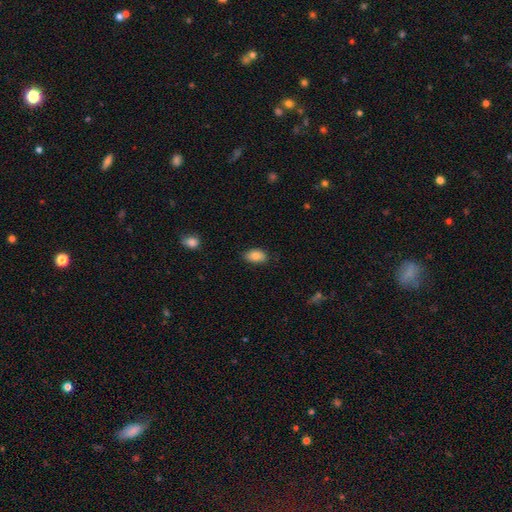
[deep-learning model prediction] smooth 85%, star or artifact 7%, featured or disk 7%. Down the decision tree: how rounded — in between (91%); merging — none (83%).